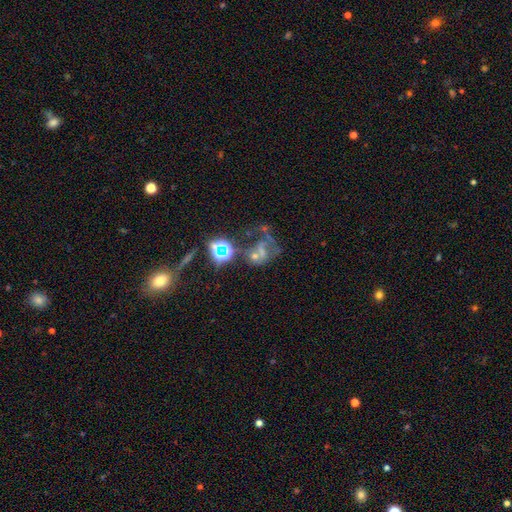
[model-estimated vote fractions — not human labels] A featured or disk galaxy (40%). Merging: major disturbance (36%).